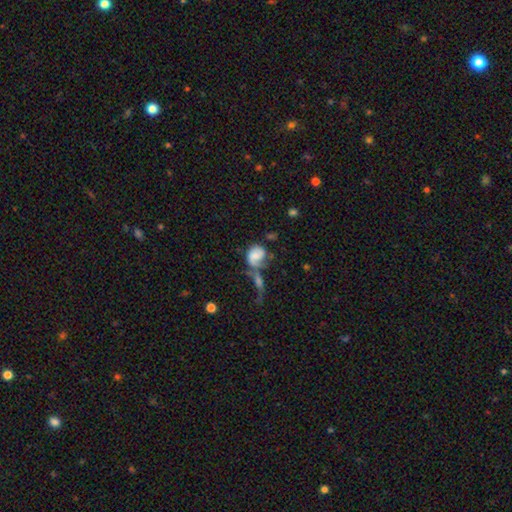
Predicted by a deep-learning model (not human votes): Q: Smooth or featured?
A: smooth (47%); runner-up: featured or disk (45%)
Q: Merging?
A: merger (36%); runner-up: none (27%)